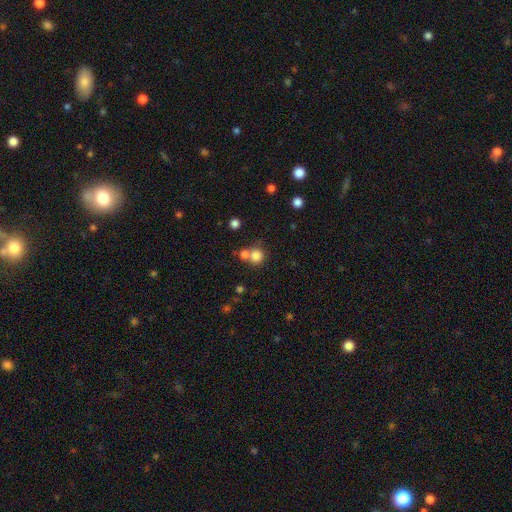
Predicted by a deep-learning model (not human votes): Smooth or featured?
  - smooth: 80% *
  - star or artifact: 12%
  - featured or disk: 8%
How rounded?
  - round: 89% *
  - in between: 10%
  - cigar-shaped: 1%
Merging?
  - none: 53% *
  - merger: 36%
  - minor disturbance: 7%
  - major disturbance: 3%